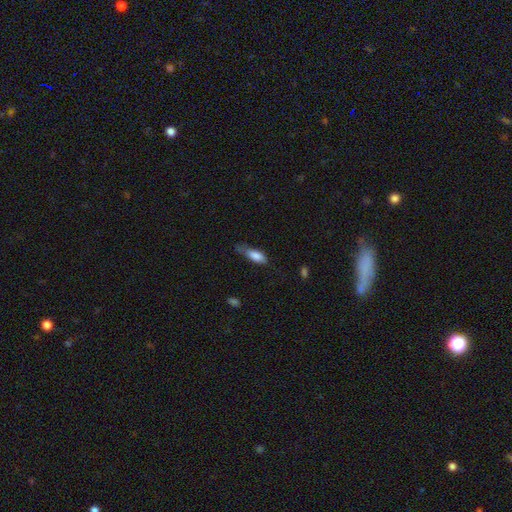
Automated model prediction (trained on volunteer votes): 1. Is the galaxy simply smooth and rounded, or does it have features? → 81% smooth, 12% featured or disk, 7% star or artifact.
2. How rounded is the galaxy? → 69% in between, 29% cigar-shaped, 2% round.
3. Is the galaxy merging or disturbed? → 40% minor disturbance, 37% none, 20% major disturbance, 3% merger.